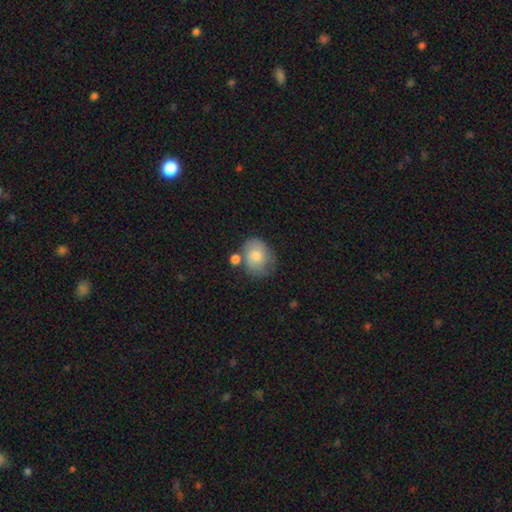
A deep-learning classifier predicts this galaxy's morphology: smooth-or-featured: smooth: 71% | featured or disk: 20% | star or artifact: 8%
  how-rounded: round: 56% | in between: 43% | cigar-shaped: 1%
  merging: none: 59% | minor disturbance: 21% | merger: 14% | major disturbance: 7%